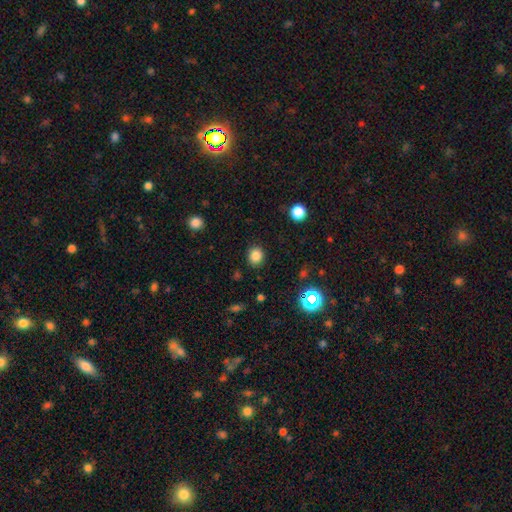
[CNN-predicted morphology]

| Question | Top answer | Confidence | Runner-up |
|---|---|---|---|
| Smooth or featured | smooth | 82% | star or artifact (14%) |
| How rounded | round | 76% | in between (23%) |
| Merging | none | 88% | minor disturbance (8%) |